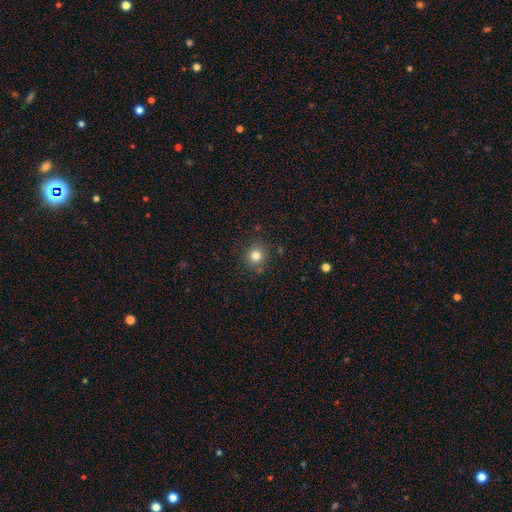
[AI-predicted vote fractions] Smooth or featured? Predicted: smooth (p=0.79). How rounded? Predicted: round (p=0.88). Merging? Predicted: none (p=0.86).